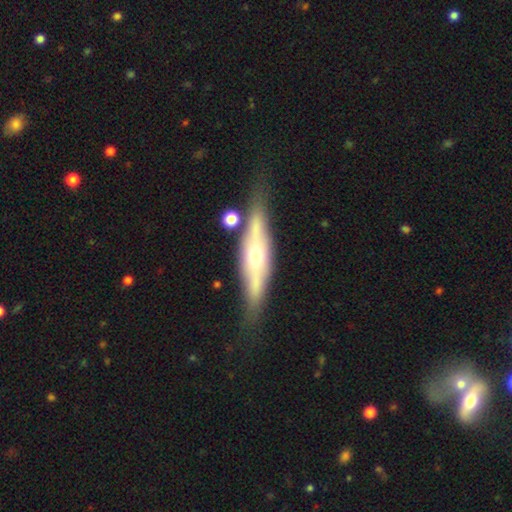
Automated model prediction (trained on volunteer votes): The model was most divided on "smooth or featured": featured or disk: 67%, smooth: 27%, star or artifact: 7%. More confident: edge-on bulge — rounded (82%); edge-on disk — yes (81%); merging — none (71%).